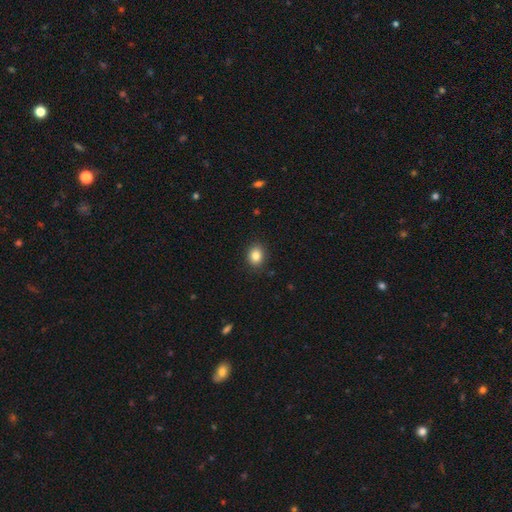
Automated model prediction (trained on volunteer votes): This appears to be a smooth galaxy with no disk features (86%) that is round (51%). Merging: none (88%).